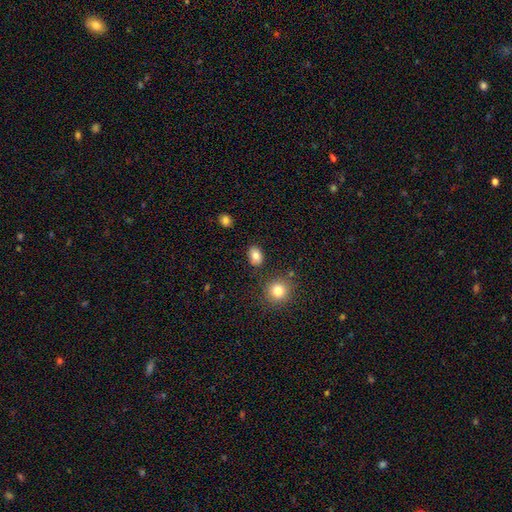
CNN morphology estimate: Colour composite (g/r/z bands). It shows a smooth galaxy with no disk features (82%) that is in between round and cigar-shaped (70%). Merging: none (84%).